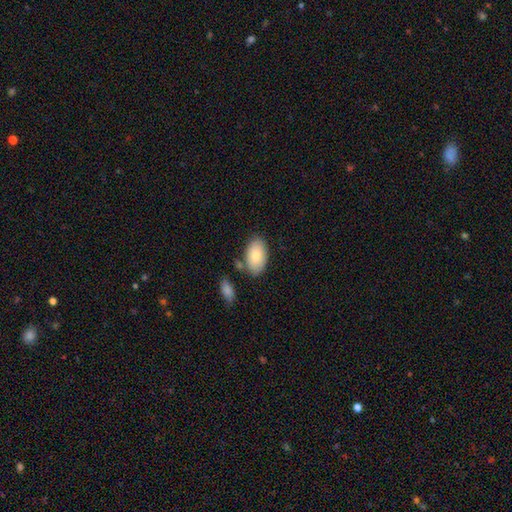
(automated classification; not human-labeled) Smooth or featured?
  - smooth: 81% *
  - featured or disk: 13%
  - star or artifact: 6%
How rounded?
  - in between: 94% *
  - round: 4%
  - cigar-shaped: 1%
Merging?
  - none: 74% *
  - minor disturbance: 15%
  - merger: 8%
  - major disturbance: 3%